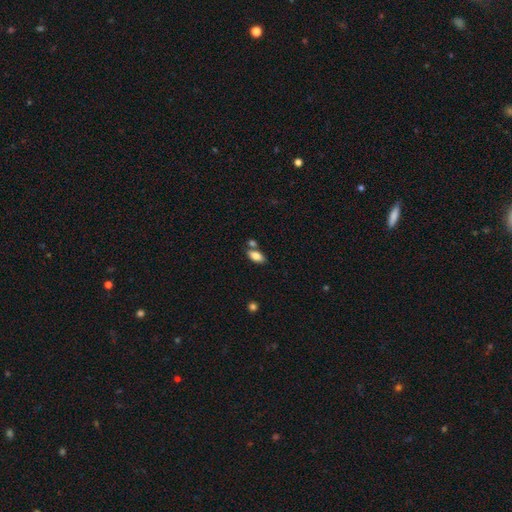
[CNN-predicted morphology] Smooth or featured? smooth (83%)
How rounded? in between (90%)
Merging? none (65%)